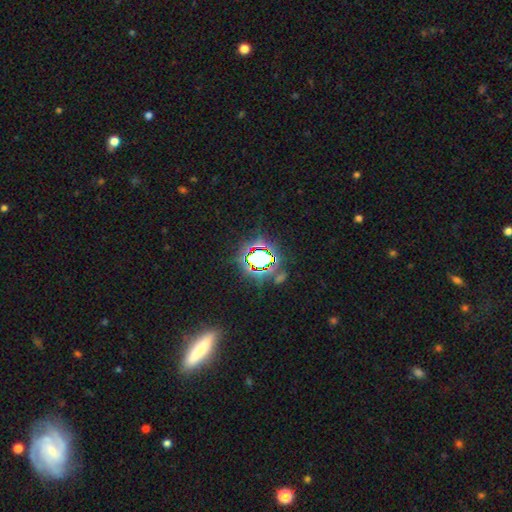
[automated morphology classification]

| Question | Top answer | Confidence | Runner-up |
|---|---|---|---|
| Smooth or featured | star or artifact | 75% | smooth (14%) |